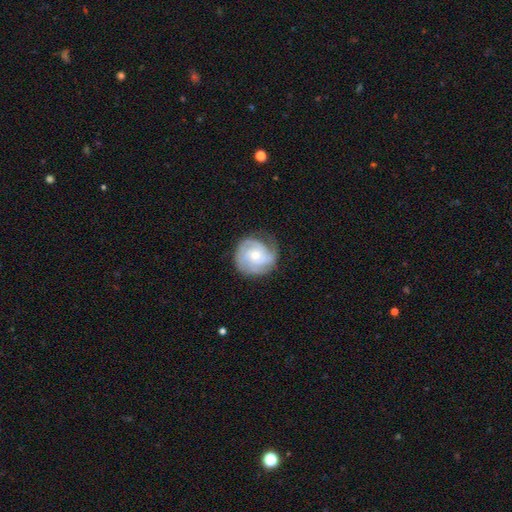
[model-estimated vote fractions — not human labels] featured or disk 78%, smooth 16%, star or artifact 6%. Down the decision tree: edge-on disk — no (98%); bar — no (75%); spiral arms — yes (96%); spiral arm count — 3 (45%); spiral winding — tight (59%); bulge size — moderate (48%); merging — none (73%).